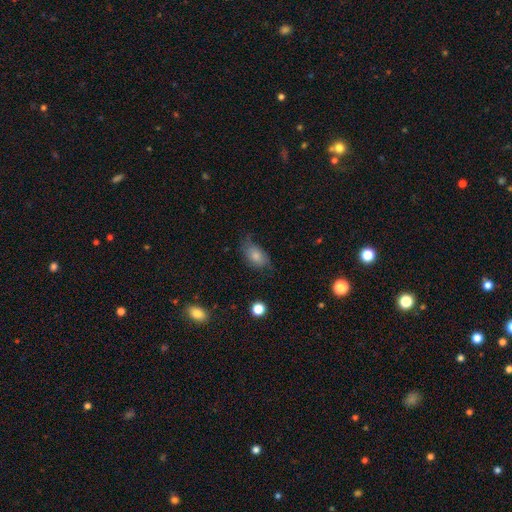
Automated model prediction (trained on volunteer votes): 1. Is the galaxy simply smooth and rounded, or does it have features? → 77% smooth, 15% featured or disk, 9% star or artifact.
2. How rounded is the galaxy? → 89% in between, 9% round, 2% cigar-shaped.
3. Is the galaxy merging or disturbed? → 55% none, 32% minor disturbance, 11% major disturbance, 2% merger.